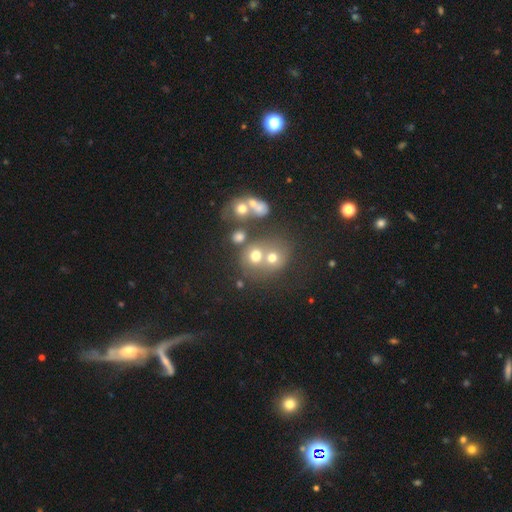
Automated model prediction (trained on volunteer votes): smooth 62%, star or artifact 19%, featured or disk 18%. Down the decision tree: how rounded — round (76%); merging — merger (43%).